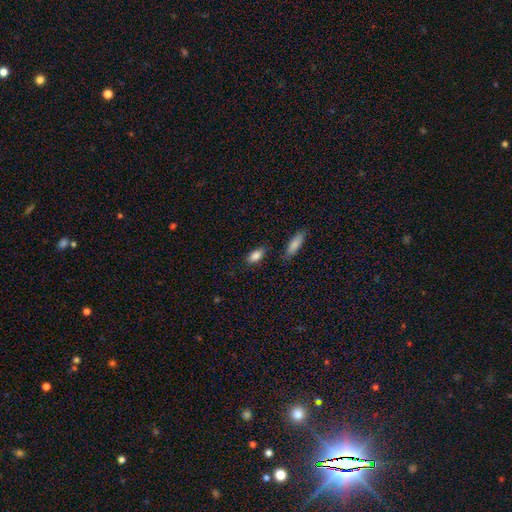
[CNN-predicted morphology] type=smooth (86%); roundness=in between (85%); merging=none (76%).